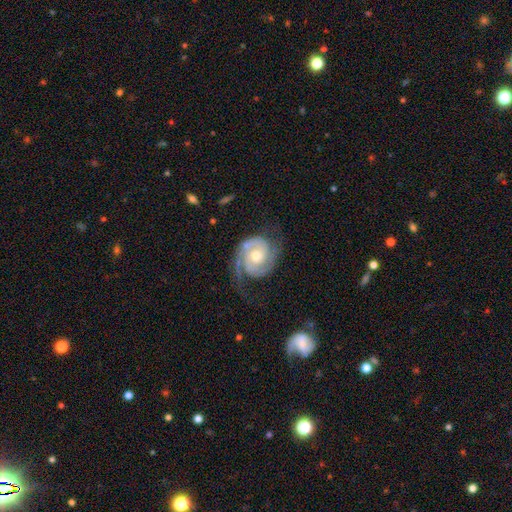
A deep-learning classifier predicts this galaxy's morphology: smooth-or-featured: featured or disk: 90% | smooth: 6% | star or artifact: 4%
  disk-edge-on: no: 98% | yes: 2%
    bar: no: 67% | weak: 27% | strong: 6%
    has-spiral-arms: yes: 98% | no: 2%
      spiral-winding: tight: 54% | medium: 36% | loose: 10%
      spiral-arm-count: 2: 81% | 3: 6% | can't tell: 5% | 1: 4% | 4: 2% | more than 4: 2%
    bulge-size: moderate: 65% | small: 29% | large: 4% | none: 1% | dominant: 1%
  merging: none: 67% | minor disturbance: 18% | major disturbance: 13% | merger: 2%